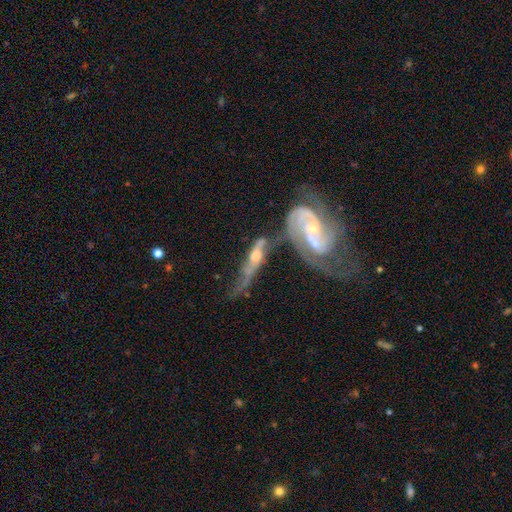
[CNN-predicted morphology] Smooth or featured? Predicted: featured or disk (p=0.78). Edge-on disk? Predicted: no (p=0.67). Bar? Predicted: no (p=0.58). Spiral arms? Predicted: yes (p=0.81). Bulge size? Predicted: moderate (p=0.47). Merging? Predicted: merger (p=0.61).